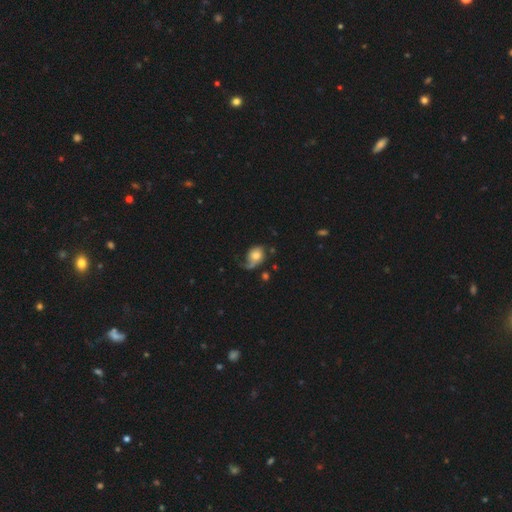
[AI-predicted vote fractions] This is possibly a smooth galaxy (55%). How rounded: possibly in between (54%). Merging: marginally none (36%).